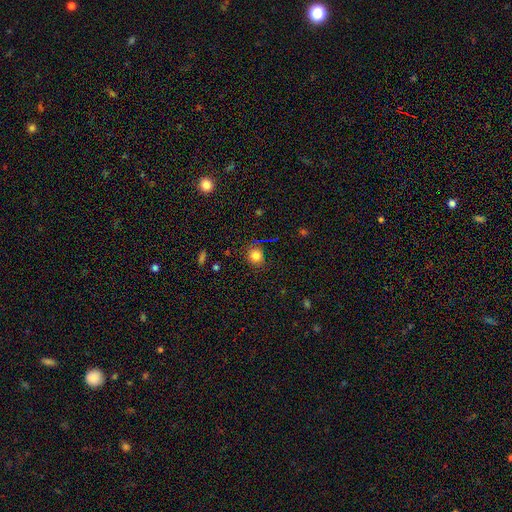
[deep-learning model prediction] Smooth or featured? smooth (80%)
How rounded? round (87%)
Merging? none (83%)